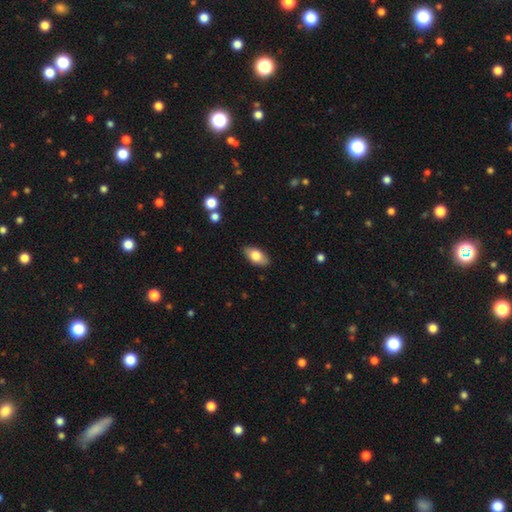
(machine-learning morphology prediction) The model was most divided on "smooth or featured": smooth: 76%, featured or disk: 17%, star or artifact: 7%. More confident: how rounded — in between (91%); merging — none (86%).